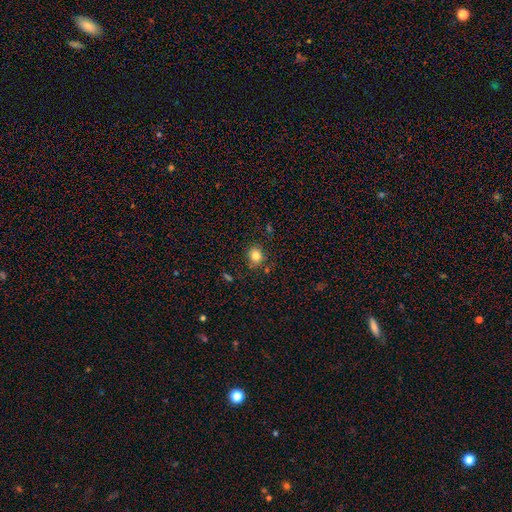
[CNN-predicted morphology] Smooth or featured: smooth — 81% (star or artifact — 12%)
How rounded: round — 71% (in between — 29%)
Merging: none — 82% (minor disturbance — 12%)